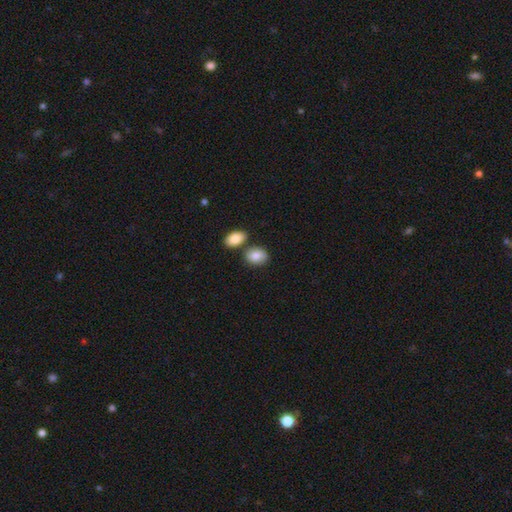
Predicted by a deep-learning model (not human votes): Morphology: type=smooth (84%); roundness=in between (68%); merging=none (66%).